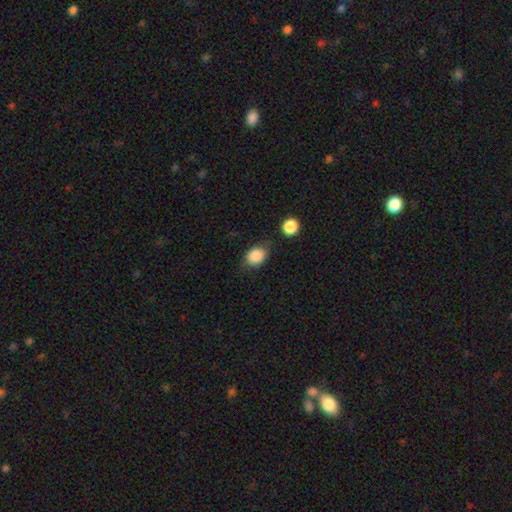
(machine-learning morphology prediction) This appears to be a smooth galaxy with no disk features (87%) that is in between round and cigar-shaped (61%). Merging: none (71%).